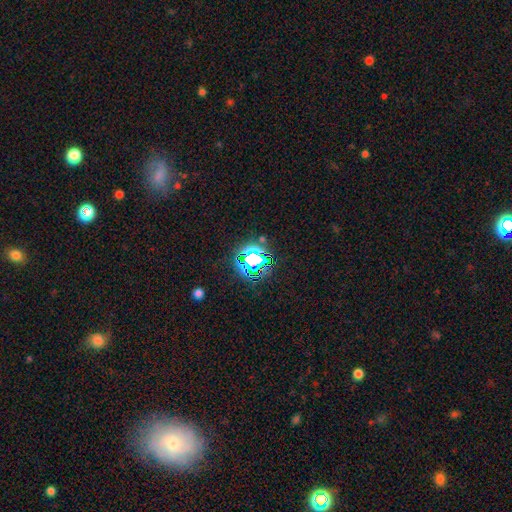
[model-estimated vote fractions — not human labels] A star or artifact, not a galaxy (76%).

Vote fractions:
- Smooth or featured? star or artifact: 76% / smooth: 16% / featured or disk: 8%